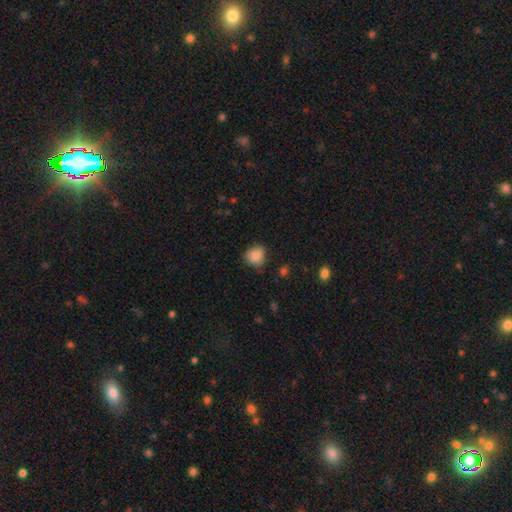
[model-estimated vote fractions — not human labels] This is clearly a smooth galaxy (87%). How rounded: likely round (77%). Merging: likely none (76%).